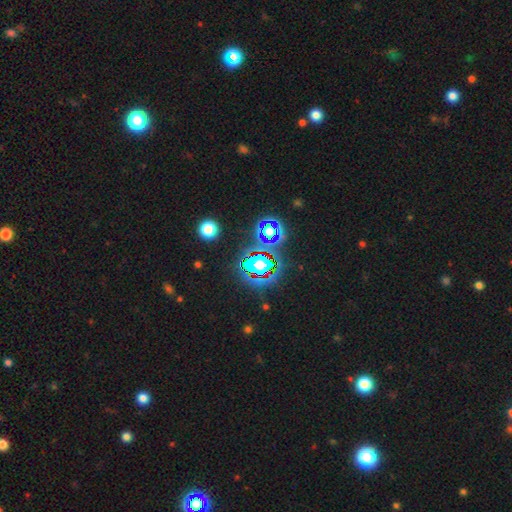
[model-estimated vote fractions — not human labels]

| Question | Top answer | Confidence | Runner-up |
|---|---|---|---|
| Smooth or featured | star or artifact | 77% | smooth (14%) |